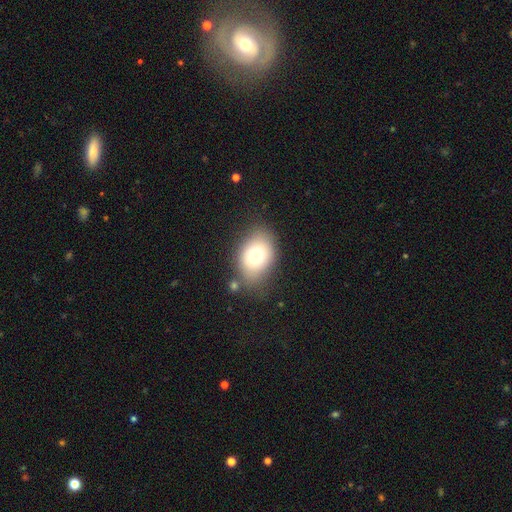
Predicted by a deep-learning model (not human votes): smooth_or_featured: smooth (p=0.74) [alt: featured or disk p=0.15]
how_rounded: in between (p=0.73) [alt: round p=0.26]
merging: none (p=0.71) [alt: minor disturbance p=0.17]